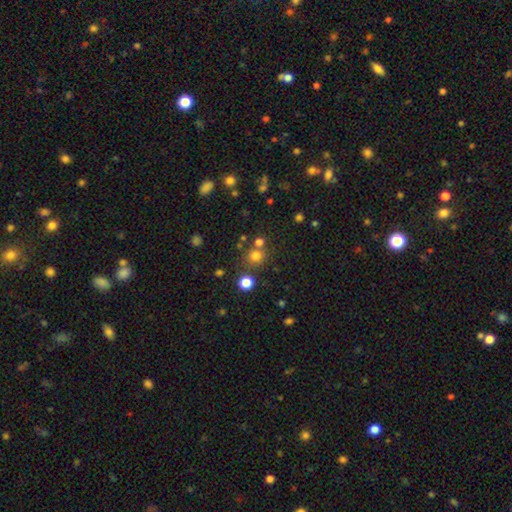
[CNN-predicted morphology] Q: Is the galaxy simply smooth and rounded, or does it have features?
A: smooth — 74%.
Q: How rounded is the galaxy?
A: round — 87%.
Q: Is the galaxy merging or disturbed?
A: none — 72%.